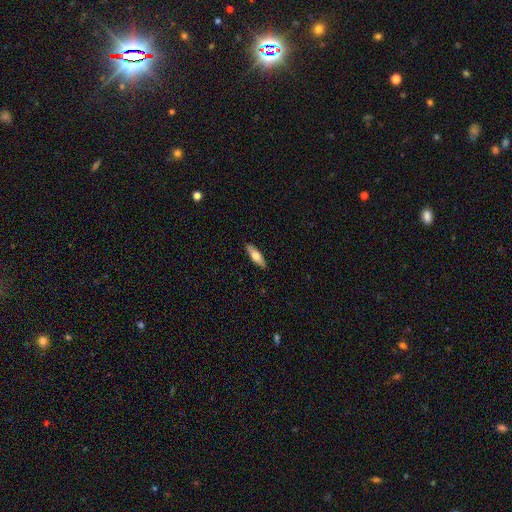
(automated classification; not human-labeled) Q: Smooth or featured?
A: smooth (59%); runner-up: featured or disk (35%)
Q: How rounded?
A: cigar-shaped (57%); runner-up: in between (41%)
Q: Merging?
A: none (89%); runner-up: minor disturbance (8%)